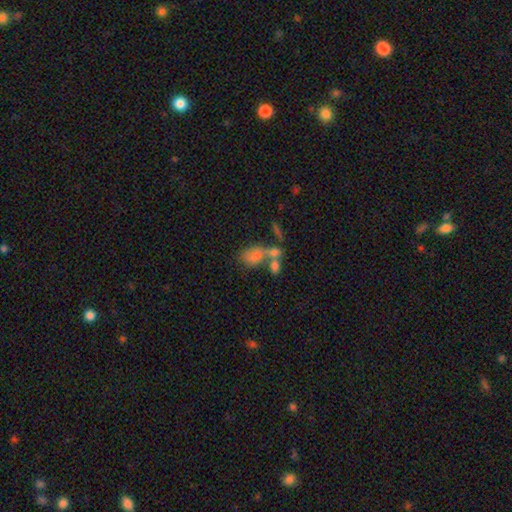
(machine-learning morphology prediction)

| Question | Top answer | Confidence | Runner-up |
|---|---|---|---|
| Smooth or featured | smooth | 61% | featured or disk (25%) |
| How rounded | in between | 76% | round (20%) |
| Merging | merger | 51% | none (25%) |